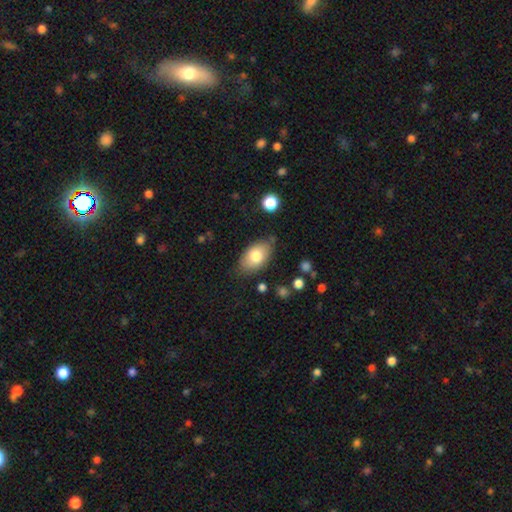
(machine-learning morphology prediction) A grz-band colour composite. It shows a smooth galaxy with no disk features (77%) that is in between round and cigar-shaped (91%). Merging: none (76%).